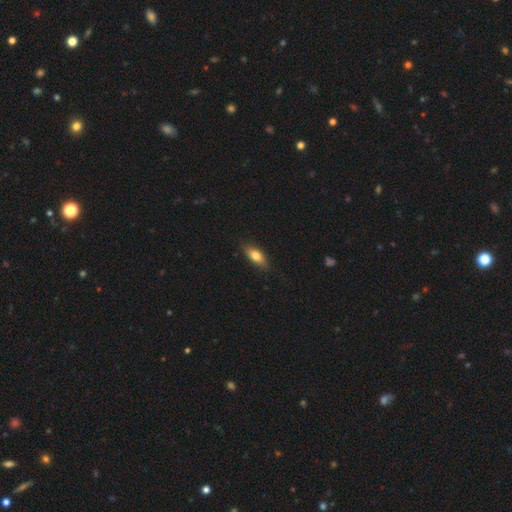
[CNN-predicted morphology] Smooth or featured: smooth — 71% (featured or disk — 23%)
How rounded: in between — 73% (cigar-shaped — 23%)
Merging: none — 83% (minor disturbance — 14%)